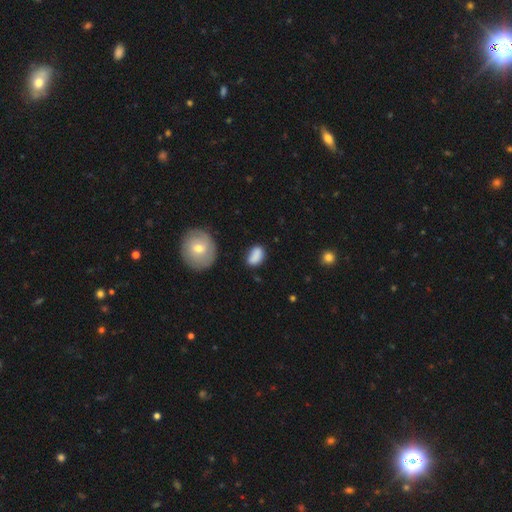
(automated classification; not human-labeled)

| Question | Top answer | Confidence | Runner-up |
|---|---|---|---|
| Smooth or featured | smooth | 82% | featured or disk (9%) |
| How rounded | in between | 86% | round (12%) |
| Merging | none | 64% | minor disturbance (23%) |